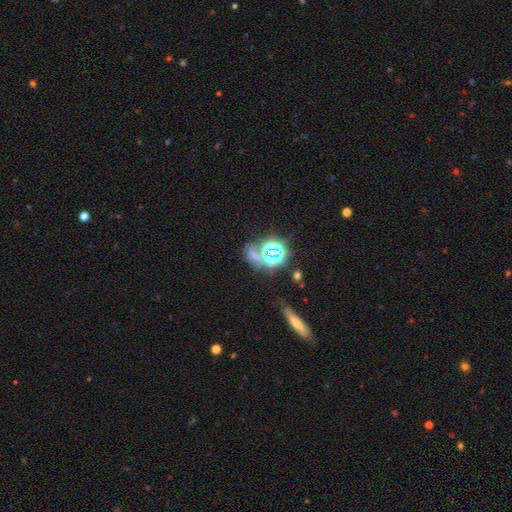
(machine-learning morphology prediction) smooth_or_featured: star or artifact (p=0.59) [alt: smooth p=0.28]